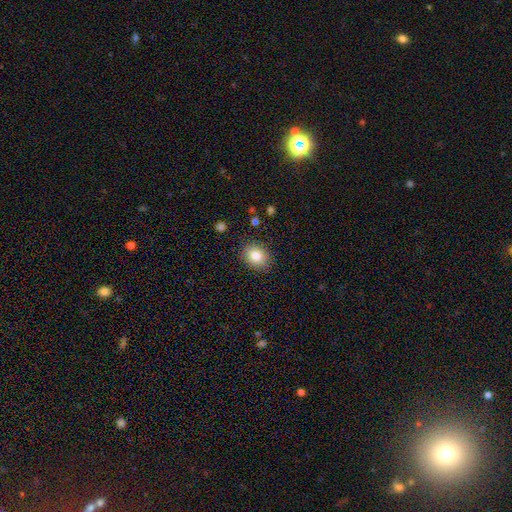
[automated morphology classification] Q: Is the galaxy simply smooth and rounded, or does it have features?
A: smooth — 84%.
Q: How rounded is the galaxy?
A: round — 54%.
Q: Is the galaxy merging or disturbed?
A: none — 87%.